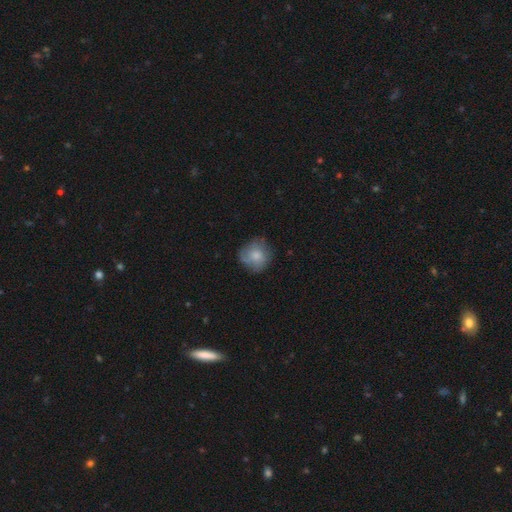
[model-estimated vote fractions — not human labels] Smooth or featured: smooth — 65% (featured or disk — 27%)
How rounded: round — 85% (in between — 14%)
Merging: none — 67% (minor disturbance — 23%)